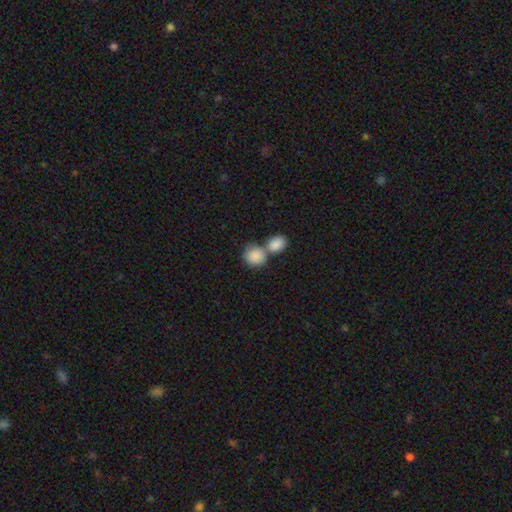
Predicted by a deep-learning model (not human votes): Smooth or featured?
  - smooth: 87% *
  - star or artifact: 7%
  - featured or disk: 6%
How rounded?
  - round: 70% *
  - in between: 28%
  - cigar-shaped: 1%
Merging?
  - merger: 54% *
  - none: 35%
  - minor disturbance: 8%
  - major disturbance: 3%